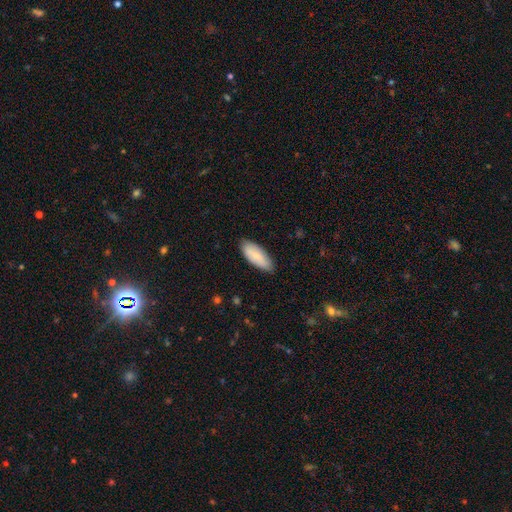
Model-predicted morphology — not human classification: Smooth or featured: smooth — 77% (featured or disk — 17%)
How rounded: in between — 81% (cigar-shaped — 17%)
Merging: none — 83% (minor disturbance — 14%)